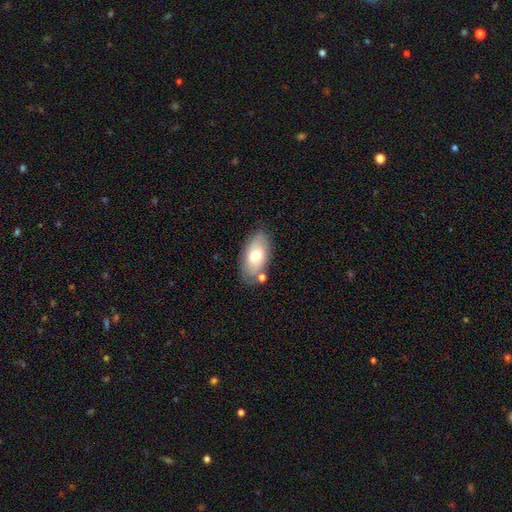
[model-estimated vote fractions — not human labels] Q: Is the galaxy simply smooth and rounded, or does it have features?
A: smooth — 69%.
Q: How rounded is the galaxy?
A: in between — 92%.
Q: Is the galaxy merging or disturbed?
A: none — 72%.